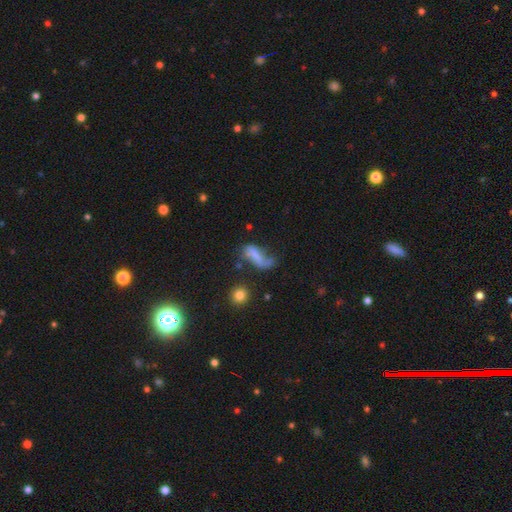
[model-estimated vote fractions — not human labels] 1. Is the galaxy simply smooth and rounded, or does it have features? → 54% smooth, 33% featured or disk, 12% star or artifact.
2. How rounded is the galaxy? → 66% in between, 28% cigar-shaped, 6% round.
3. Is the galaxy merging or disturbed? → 35% major disturbance, 28% none, 24% minor disturbance, 12% merger.